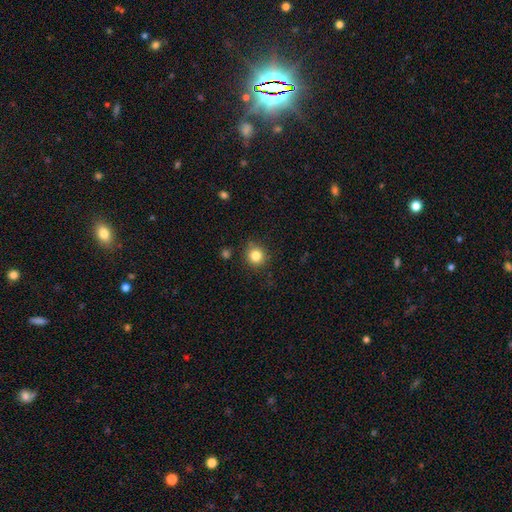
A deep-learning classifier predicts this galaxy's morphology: smooth-or-featured: smooth: 83% | star or artifact: 11% | featured or disk: 6%
  how-rounded: round: 90% | in between: 9% | cigar-shaped: 1%
  merging: none: 86% | minor disturbance: 9% | major disturbance: 2% | merger: 2%